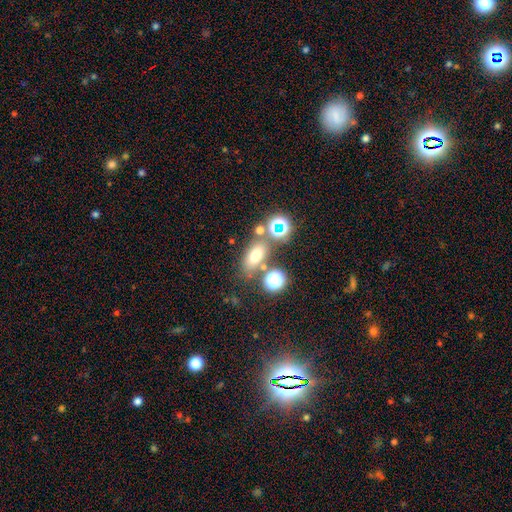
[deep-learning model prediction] Smooth or featured: smooth — 64% (star or artifact — 22%)
How rounded: in between — 71% (round — 23%)
Merging: none — 68% (merger — 15%)